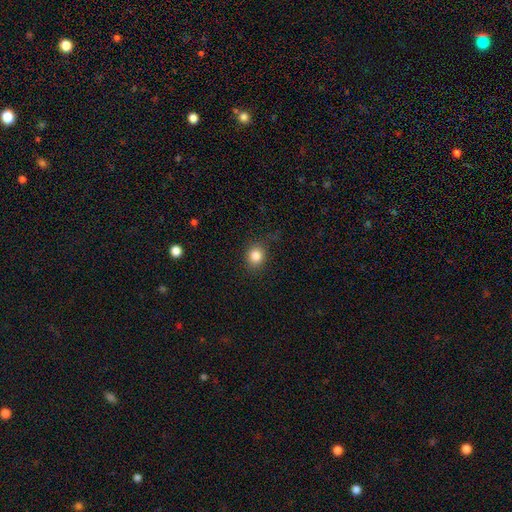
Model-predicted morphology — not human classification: Q: Smooth or featured?
A: smooth (83%); runner-up: star or artifact (11%)
Q: How rounded?
A: round (75%); runner-up: in between (24%)
Q: Merging?
A: none (83%); runner-up: minor disturbance (12%)